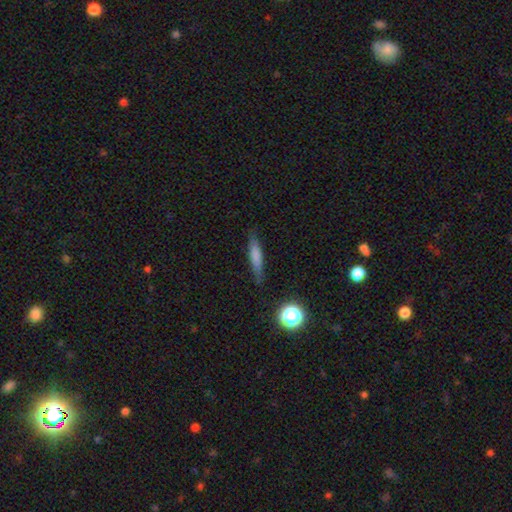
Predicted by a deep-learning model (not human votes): smooth 72%, featured or disk 20%, star or artifact 9%. Down the decision tree: how rounded — cigar-shaped (81%); merging — none (79%).